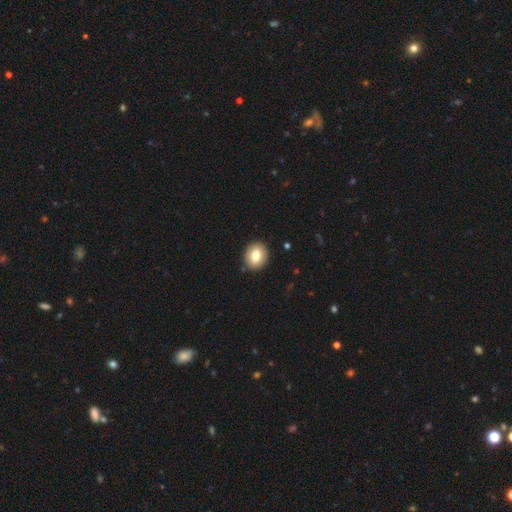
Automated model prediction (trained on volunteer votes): Morphology: type=smooth (76%); roundness=round (63%); merging=none (89%).